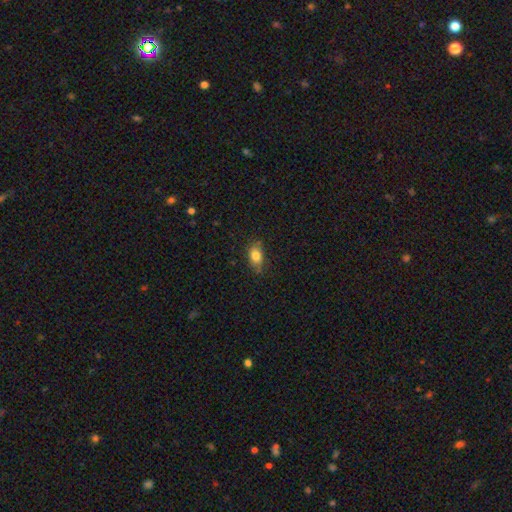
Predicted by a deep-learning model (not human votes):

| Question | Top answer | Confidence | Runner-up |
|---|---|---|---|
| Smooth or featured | smooth | 81% | featured or disk (10%) |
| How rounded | in between | 81% | round (15%) |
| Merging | none | 73% | minor disturbance (21%) |